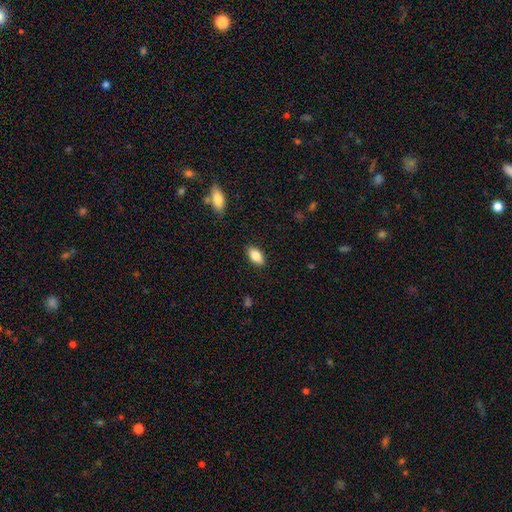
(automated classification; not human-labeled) Smooth or featured: smooth — 84% (featured or disk — 9%)
How rounded: in between — 91% (cigar-shaped — 5%)
Merging: none — 88% (minor disturbance — 9%)